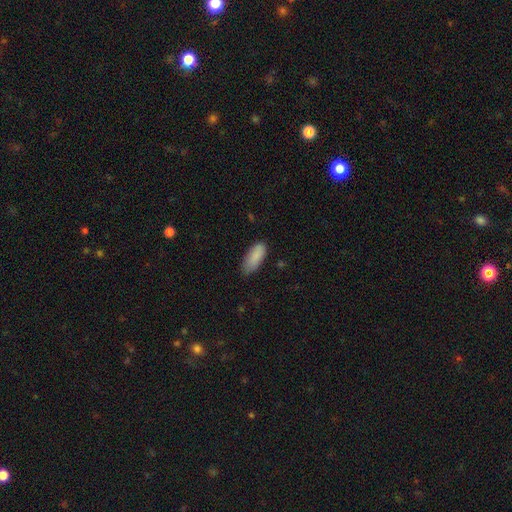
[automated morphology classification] Overall: smooth (87%). How rounded: in between (82%). Merging: none (65%; minor disturbance 28%).